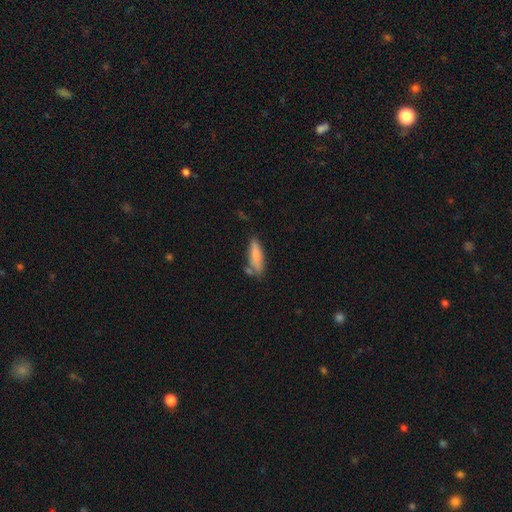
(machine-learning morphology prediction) This is clearly a smooth galaxy (80%). How rounded: possibly cigar-shaped (56%). Merging: likely none (63%).